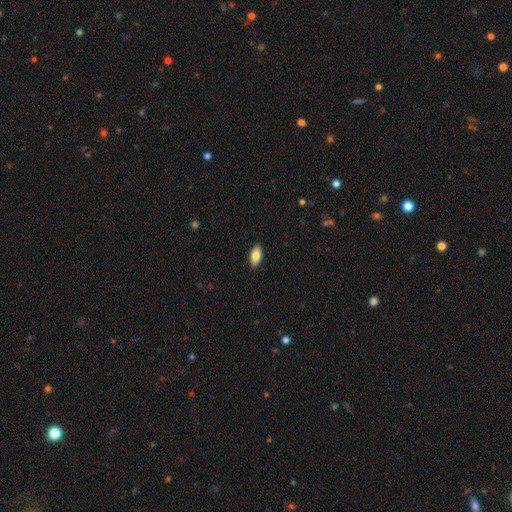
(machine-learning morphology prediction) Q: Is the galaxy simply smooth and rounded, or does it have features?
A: smooth — 81%.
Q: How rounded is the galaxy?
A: in between — 90%.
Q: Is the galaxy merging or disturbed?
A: none — 90%.